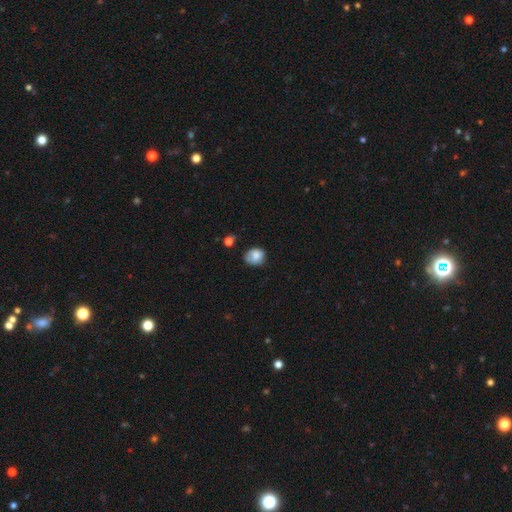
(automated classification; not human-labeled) This appears to be a smooth galaxy with no disk features (79%) that is round (57%). Merging: none (57%).